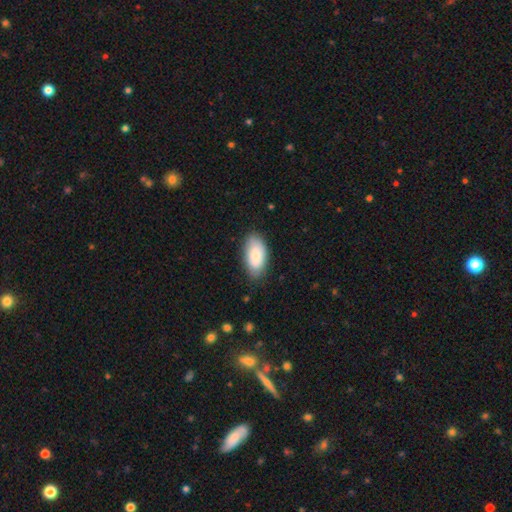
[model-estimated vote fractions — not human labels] This is clearly a smooth galaxy (82%). How rounded: clearly in between (94%). Merging: likely none (79%).